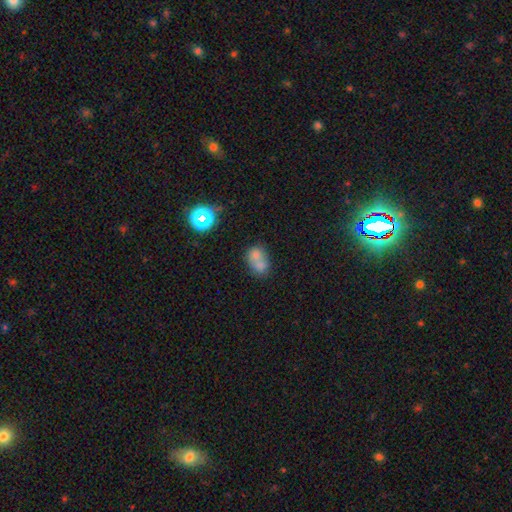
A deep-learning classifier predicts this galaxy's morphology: This appears to be a smooth galaxy with no disk features (67%) that is round (54%). Merging: merger (62%).